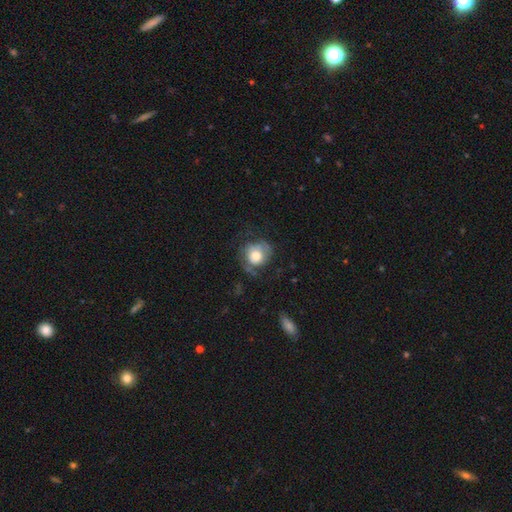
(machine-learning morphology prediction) smooth 59%, featured or disk 32%, star or artifact 8%. Down the decision tree: how rounded — round (79%); merging — none (49%).